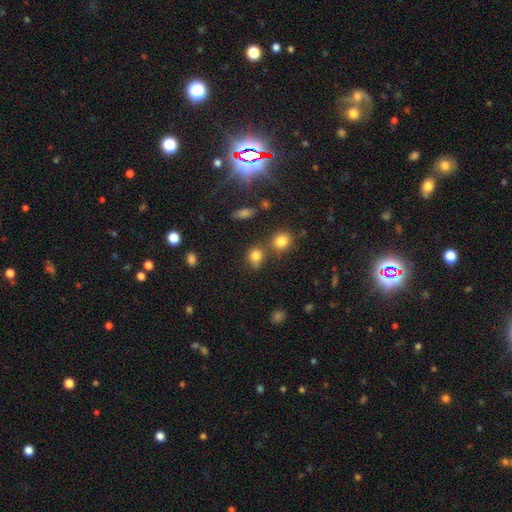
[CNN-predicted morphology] Smooth or featured? smooth (77%)
How rounded? round (71%)
Merging? none (55%)